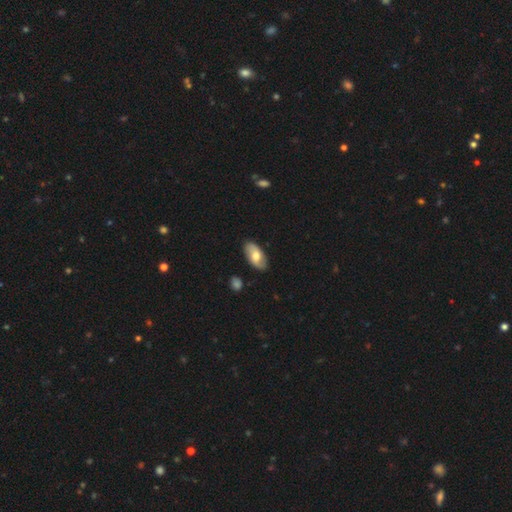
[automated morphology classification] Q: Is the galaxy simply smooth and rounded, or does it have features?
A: smooth — 54%.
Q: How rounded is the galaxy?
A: in between — 93%.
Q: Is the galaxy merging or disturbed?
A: none — 84%.